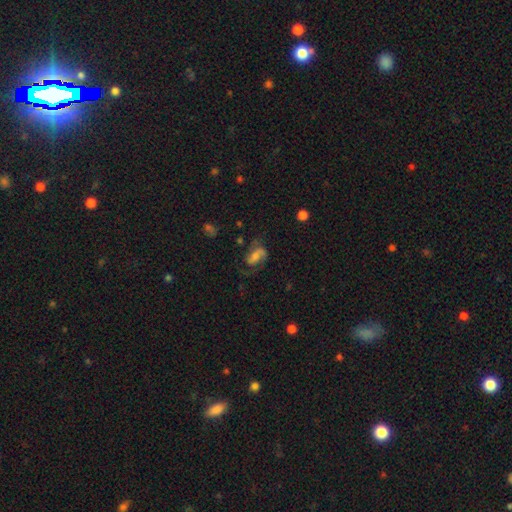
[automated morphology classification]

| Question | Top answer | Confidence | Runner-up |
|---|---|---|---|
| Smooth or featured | featured or disk | 67% | smooth (24%) |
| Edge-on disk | no | 96% | yes (4%) |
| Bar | weak | 43% | no (34%) |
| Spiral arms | yes | 91% | no (9%) |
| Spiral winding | medium | 46% | loose (37%) |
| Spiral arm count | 2 | 78% | 1 (13%) |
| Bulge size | moderate | 33% | tied: small (33%) |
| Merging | none | 54% | major disturbance (23%) |